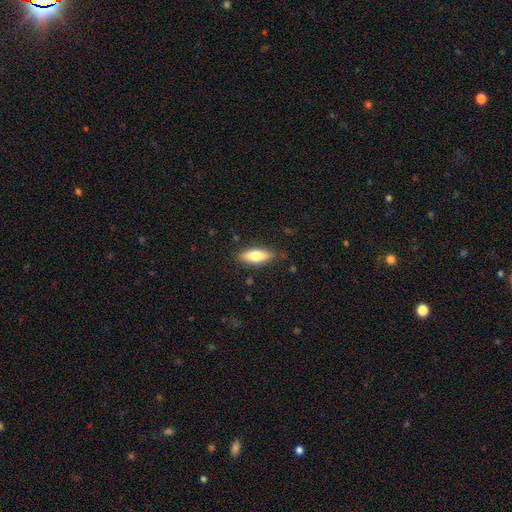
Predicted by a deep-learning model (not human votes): Overall: smooth (75%). How rounded: in between (71%). Merging: none (83%).